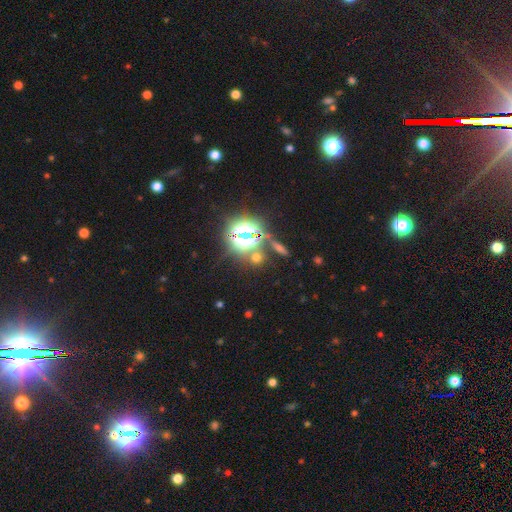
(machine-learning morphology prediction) Smooth or featured: star or artifact — 61% (smooth — 26%)